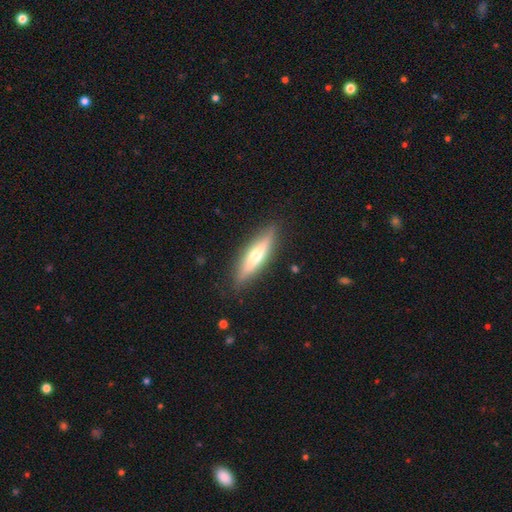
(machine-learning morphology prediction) featured or disk 53%, smooth 41%, star or artifact 6%. Down the decision tree: edge-on disk — yes (91%); merging — none (88%).